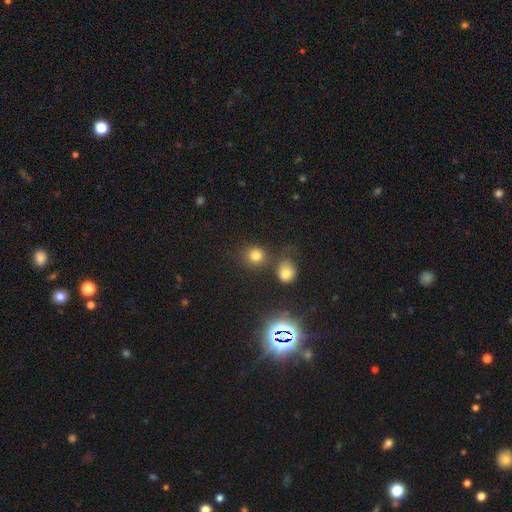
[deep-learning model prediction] Q: Smooth or featured?
A: smooth (75%); runner-up: star or artifact (18%)
Q: How rounded?
A: round (87%); runner-up: in between (12%)
Q: Merging?
A: none (71%); runner-up: merger (14%)